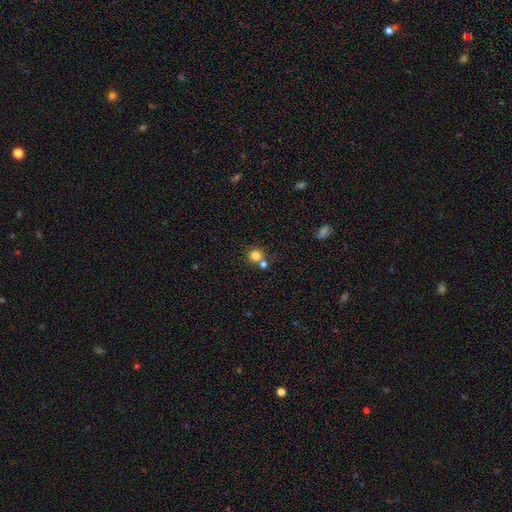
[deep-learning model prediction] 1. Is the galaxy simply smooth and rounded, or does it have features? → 81% smooth, 12% star or artifact, 7% featured or disk.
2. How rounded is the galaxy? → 91% round, 8% in between, 1% cigar-shaped.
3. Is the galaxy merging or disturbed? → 62% none, 26% merger, 8% minor disturbance, 3% major disturbance.